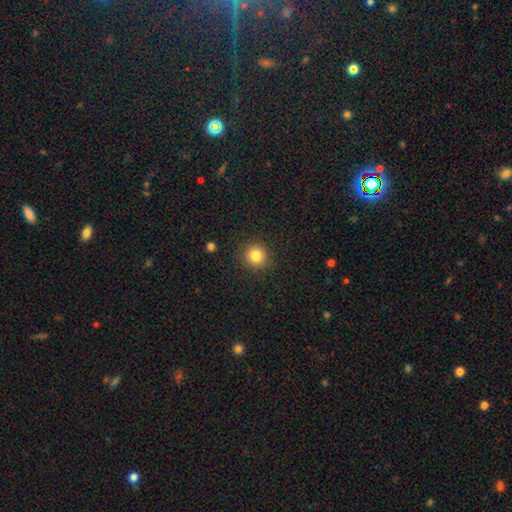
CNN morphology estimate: smooth 83%, star or artifact 11%, featured or disk 6%. Down the decision tree: how rounded — round (92%); merging — none (90%).